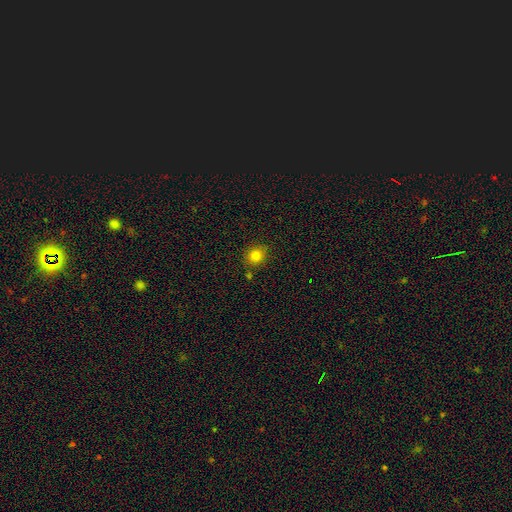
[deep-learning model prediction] The model was most divided on "how rounded": round: 82%, in between: 17%, cigar-shaped: 1%. More confident: merging — none (83%); smooth or featured — smooth (81%).